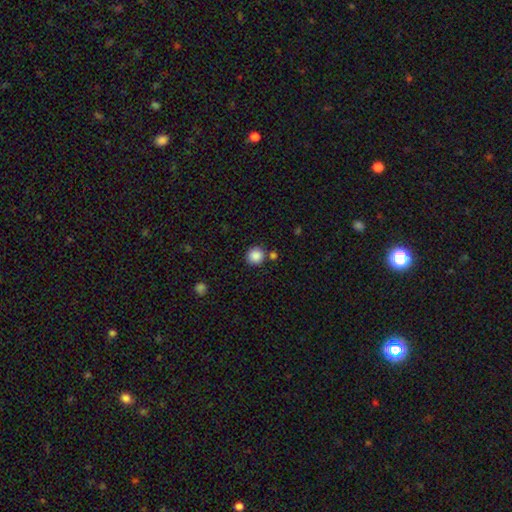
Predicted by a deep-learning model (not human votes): This is clearly a smooth galaxy (87%). How rounded: clearly round (93%). Merging: clearly none (81%).